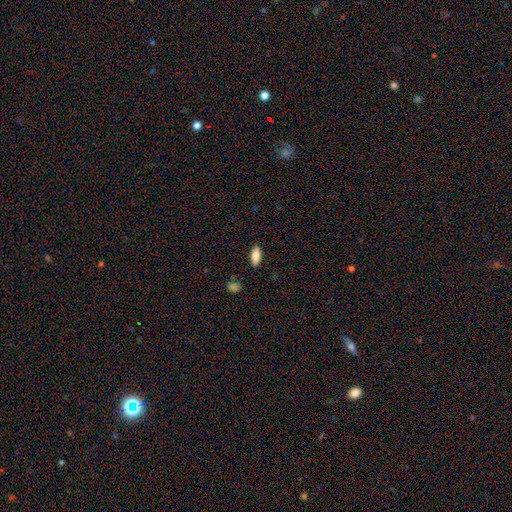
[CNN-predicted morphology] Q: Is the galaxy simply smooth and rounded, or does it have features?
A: smooth — 80%.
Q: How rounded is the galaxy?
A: in between — 81%.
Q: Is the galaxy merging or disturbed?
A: none — 87%.